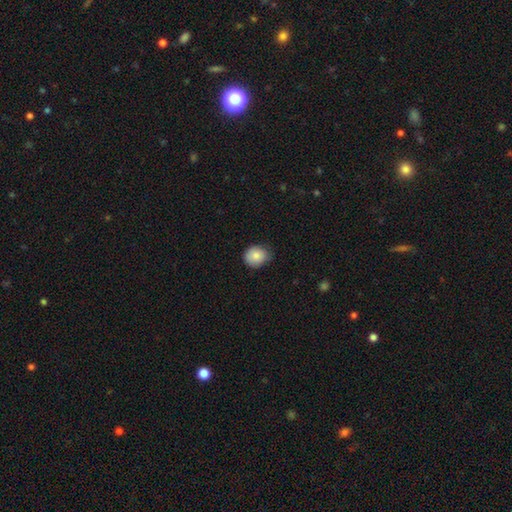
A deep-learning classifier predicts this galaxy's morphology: smooth_or_featured: smooth (p=0.84) [alt: star or artifact p=0.08]
how_rounded: round (p=0.68) [alt: in between p=0.31]
merging: none (p=0.70) [alt: minor disturbance p=0.25]